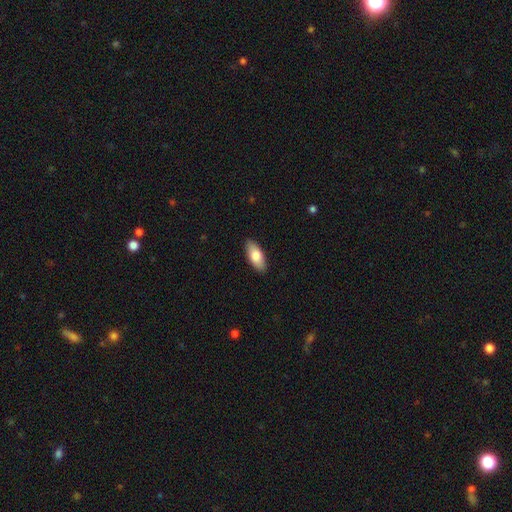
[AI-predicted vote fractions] A smooth galaxy with no disk features (79%) that is in between round and cigar-shaped (85%). Merging: none (90%).